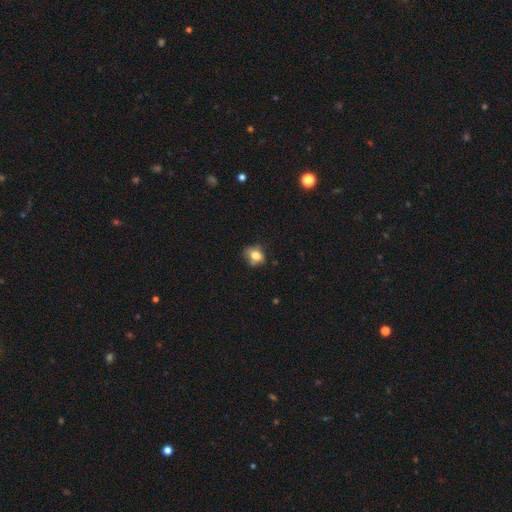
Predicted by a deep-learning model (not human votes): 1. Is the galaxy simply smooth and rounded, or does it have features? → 72% smooth, 17% featured or disk, 11% star or artifact.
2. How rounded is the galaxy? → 53% round, 46% in between, 1% cigar-shaped.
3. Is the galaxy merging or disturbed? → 62% none, 26% minor disturbance, 8% major disturbance, 4% merger.